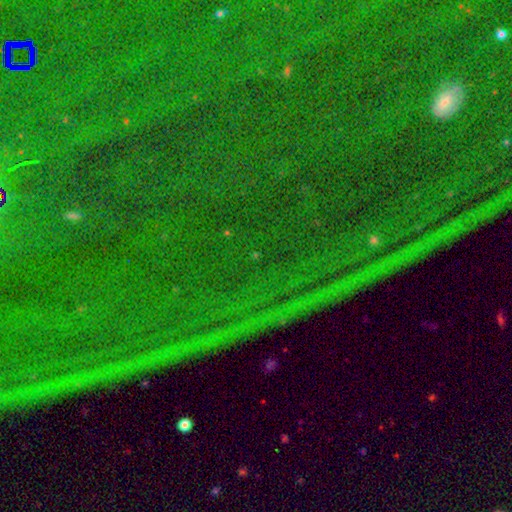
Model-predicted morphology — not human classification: Smooth or featured? star or artifact (79%)